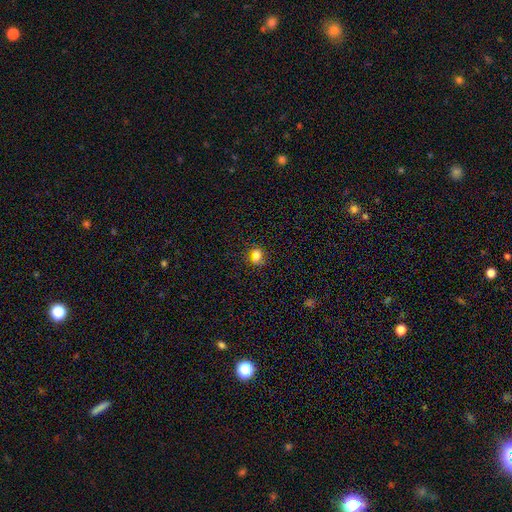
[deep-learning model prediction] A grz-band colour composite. It shows a smooth galaxy with no disk features (76%) that is round (56%). Merging: none (85%).